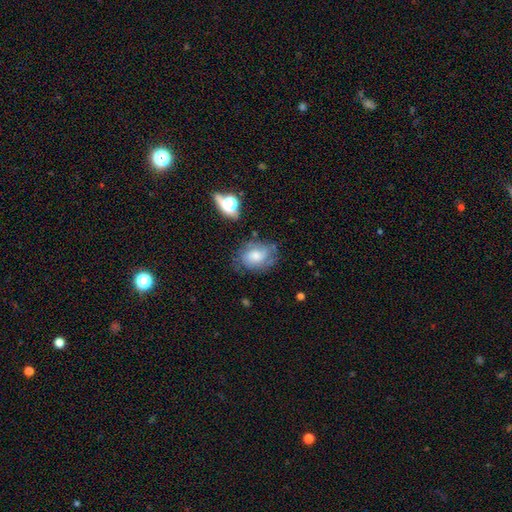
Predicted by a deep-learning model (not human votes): Smooth or featured?
  - smooth: 51% *
  - featured or disk: 39%
  - star or artifact: 11%
How rounded?
  - in between: 63% *
  - round: 36%
  - cigar-shaped: 1%
Merging?
  - none: 61% *
  - minor disturbance: 25%
  - major disturbance: 11%
  - merger: 4%